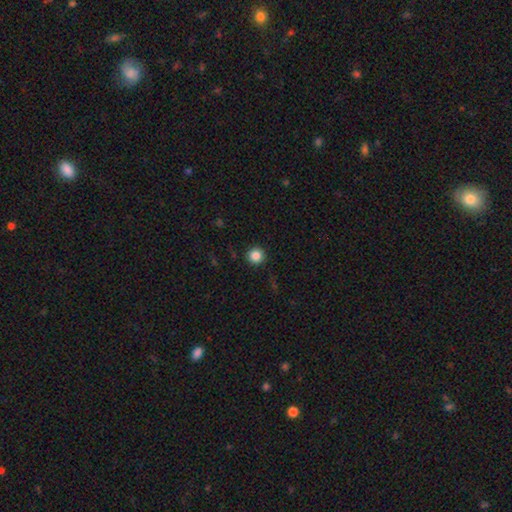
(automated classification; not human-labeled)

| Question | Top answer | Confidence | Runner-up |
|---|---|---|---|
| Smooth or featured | smooth | 85% | star or artifact (11%) |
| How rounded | round | 95% | in between (4%) |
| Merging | none | 92% | minor disturbance (5%) |